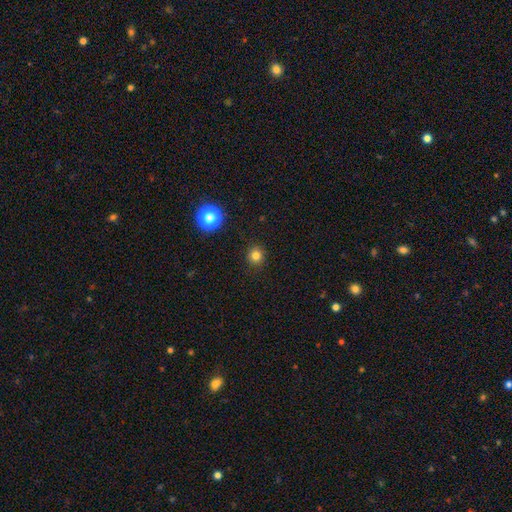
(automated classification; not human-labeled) A smooth galaxy with no disk features (80%) that is round (91%). Merging: none (91%).